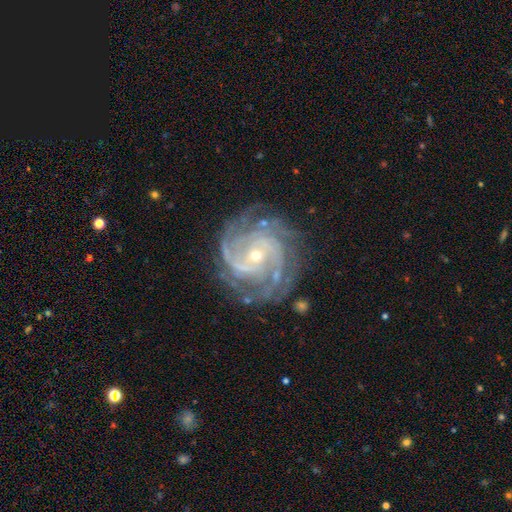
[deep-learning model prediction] The model was most divided on "spiral arm count": 4: 24%, 3: 23%, can't tell: 18%, 2: 17%, more than 4: 12%, 1: 7%. More confident: spiral arms — yes (98%); edge-on disk — no (98%); smooth or featured — featured or disk (91%); merging — none (76%); bulge size — small (74%); spiral winding — tight (69%); bar — no (59%).